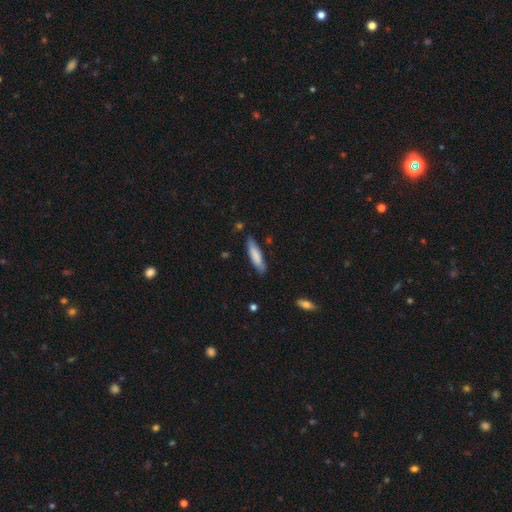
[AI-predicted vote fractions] smooth_or_featured: smooth (p=0.79) [alt: featured or disk p=0.15]
how_rounded: cigar-shaped (p=0.75) [alt: in between p=0.23]
merging: none (p=0.80) [alt: minor disturbance p=0.15]